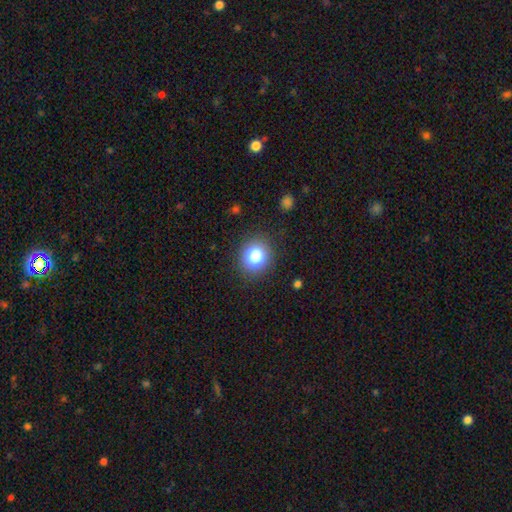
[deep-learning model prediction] Smooth or featured: smooth — 80% (star or artifact — 11%)
How rounded: round — 81% (in between — 19%)
Merging: none — 90% (minor disturbance — 7%)